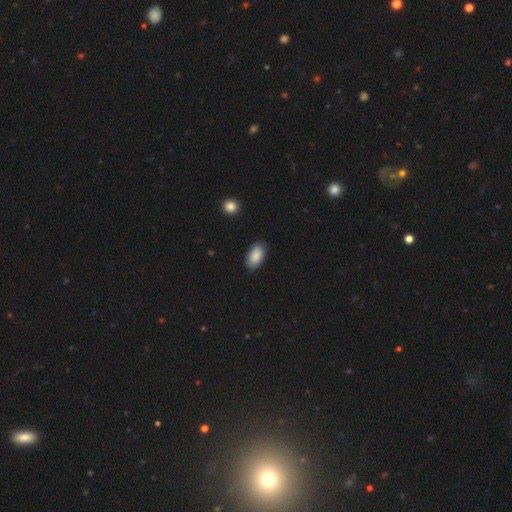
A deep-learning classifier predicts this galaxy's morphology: smooth_or_featured: smooth (p=0.89) [alt: star or artifact p=0.06]
how_rounded: in between (p=0.94) [alt: round p=0.03]
merging: none (p=0.86) [alt: minor disturbance p=0.10]